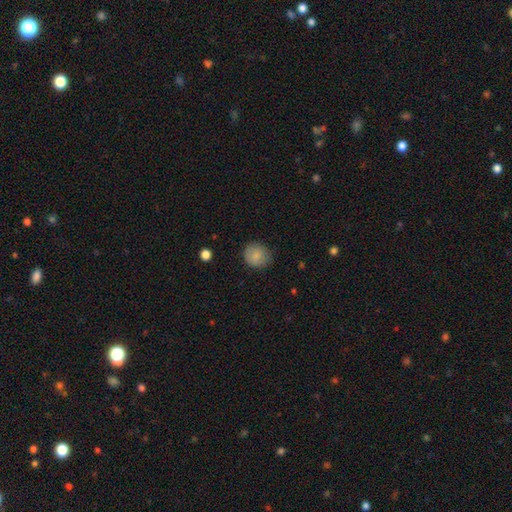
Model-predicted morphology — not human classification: A smooth galaxy with no disk features (84%) that is round (84%). Merging: none (79%).